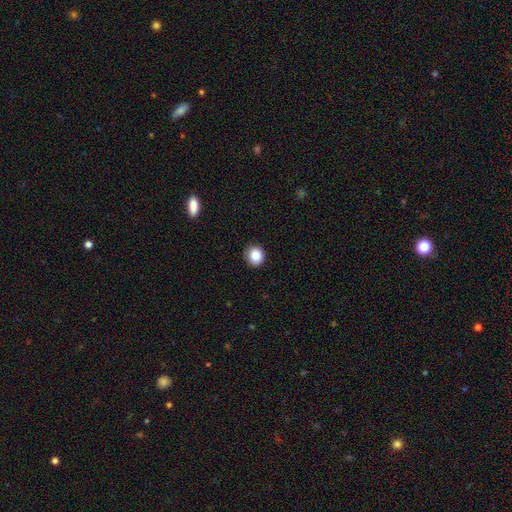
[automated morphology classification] Smooth or featured? smooth (86%)
How rounded? round (82%)
Merging? none (87%)